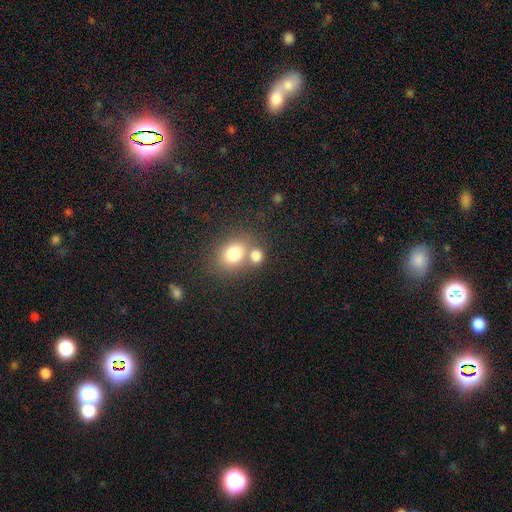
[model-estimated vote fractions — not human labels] Smooth or featured? Predicted: smooth (p=0.78). How rounded? Predicted: round (p=0.55). Merging? Predicted: none (p=0.46).